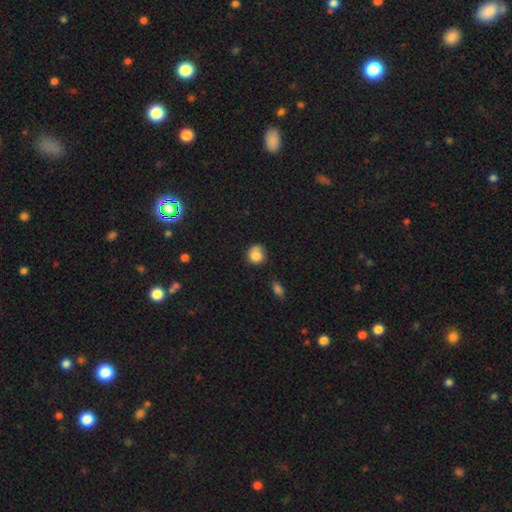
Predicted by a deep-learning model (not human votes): Morphology: type=smooth (81%); roundness=round (81%); merging=none (60%).